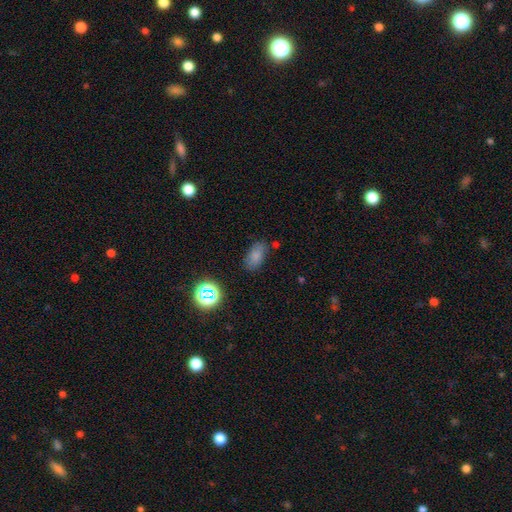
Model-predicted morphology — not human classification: A smooth galaxy with no disk features (78%) that is in between round and cigar-shaped (90%). Merging: none (73%).